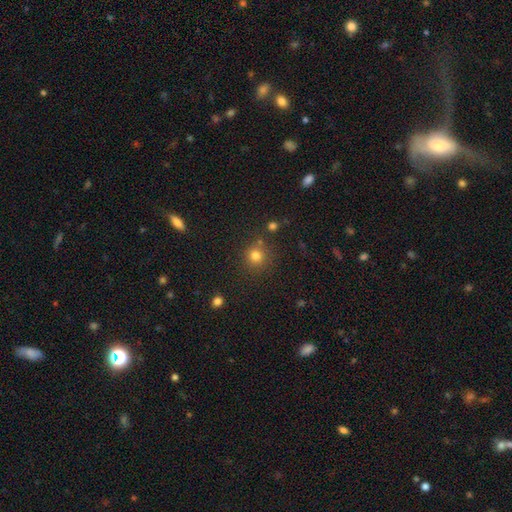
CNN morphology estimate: This appears to be a smooth galaxy with no disk features (80%) that is round (92%). Merging: none (78%).